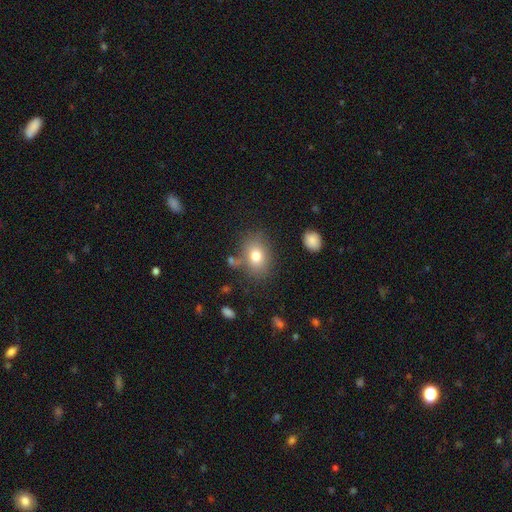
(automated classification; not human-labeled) Smooth or featured: smooth — 77% (featured or disk — 13%)
How rounded: in between — 70% (round — 29%)
Merging: none — 73% (minor disturbance — 15%)